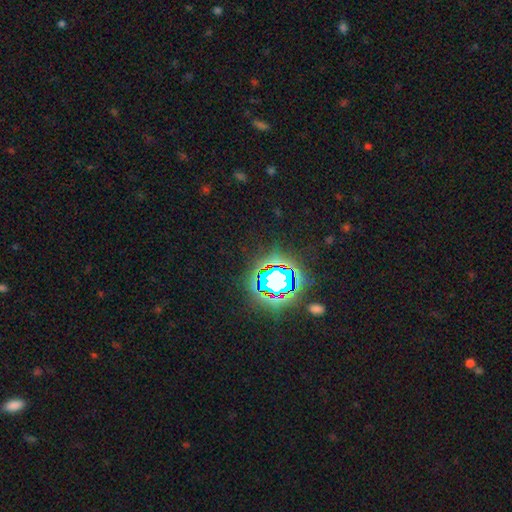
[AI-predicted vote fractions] Smooth or featured: star or artifact — 80% (smooth — 13%)